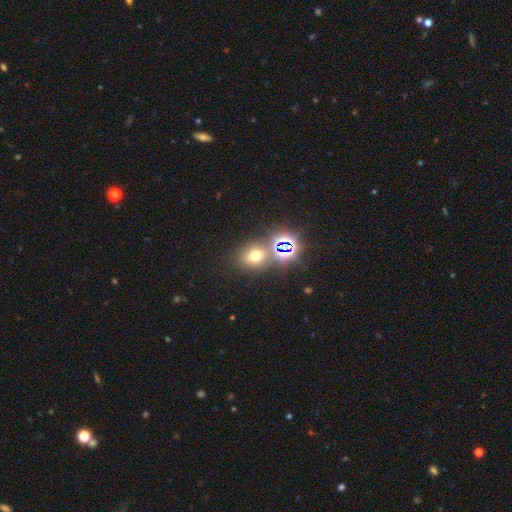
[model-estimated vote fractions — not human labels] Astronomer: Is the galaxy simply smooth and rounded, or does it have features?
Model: smooth — 55% (runner-up: star or artifact, 35%).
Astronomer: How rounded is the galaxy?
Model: round — 51% (runner-up: in between, 47%).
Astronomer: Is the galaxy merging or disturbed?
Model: none — 69%.